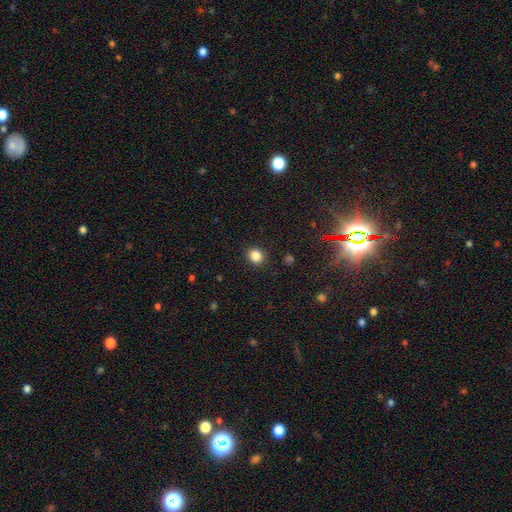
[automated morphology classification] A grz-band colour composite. It shows a smooth galaxy with no disk features (85%) that is round (73%). Merging: none (90%).